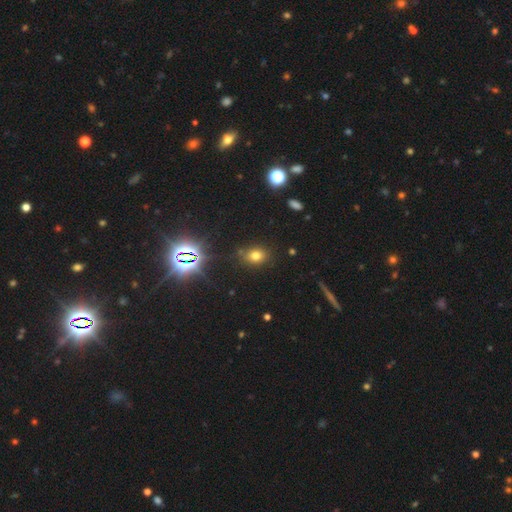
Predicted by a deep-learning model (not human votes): Q: Smooth or featured?
A: smooth (67%); runner-up: star or artifact (25%)
Q: How rounded?
A: in between (53%); runner-up: round (45%)
Q: Merging?
A: none (81%); runner-up: minor disturbance (12%)